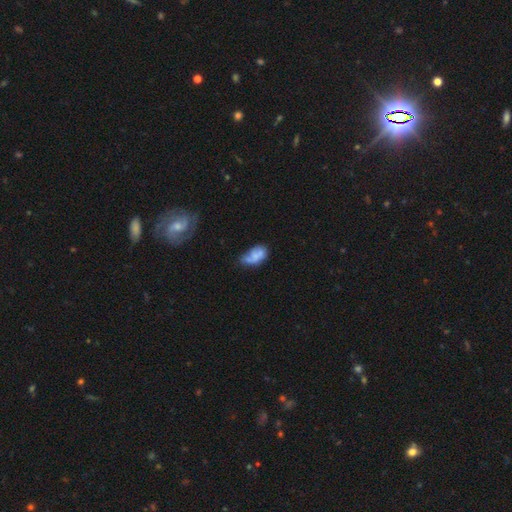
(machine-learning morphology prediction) type=smooth (57%); roundness=in between (91%); merging=none (37%).